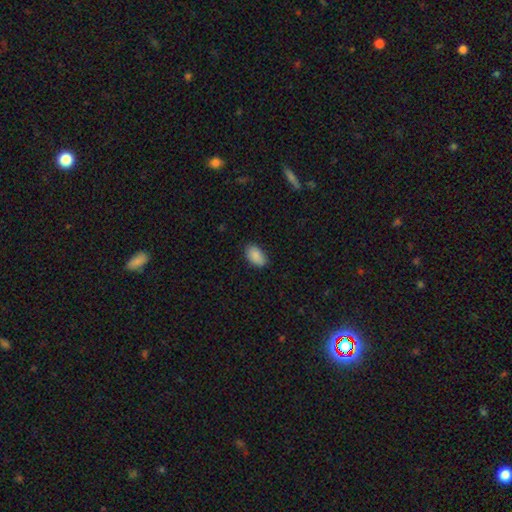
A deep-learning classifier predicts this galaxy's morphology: Overall: smooth (88%). How rounded: in between (93%). Merging: none (83%).